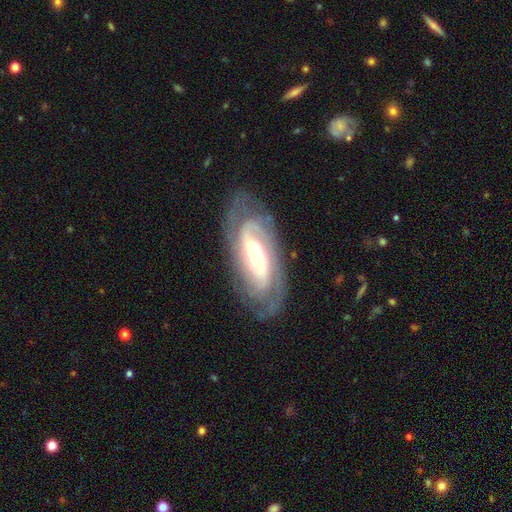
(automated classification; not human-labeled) Smooth or featured?
  - featured or disk: 84% *
  - smooth: 11%
  - star or artifact: 5%
Edge-on disk?
  - no: 92% *
  - yes: 8%
Bar?
  - no: 46% *
  - weak: 29%
  - strong: 25%
Spiral arms?
  - yes: 94% *
  - no: 6%
Spiral winding?
  - tight: 58% *
  - medium: 33%
  - loose: 10%
Spiral arm count?
  - 2: 55% *
  - can't tell: 23%
  - 3: 11%
  - 1: 4%
  - 4: 4%
  - more than 4: 3%
Bulge size?
  - moderate: 54% *
  - small: 26%
  - large: 16%
  - dominant: 2%
  - none: 1%
Merging?
  - none: 74% *
  - minor disturbance: 17%
  - major disturbance: 8%
  - merger: 1%